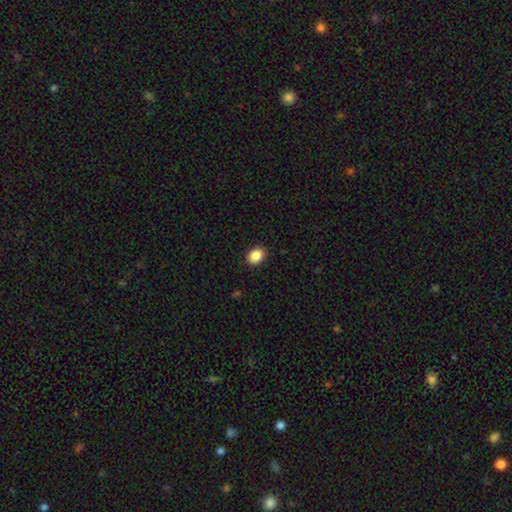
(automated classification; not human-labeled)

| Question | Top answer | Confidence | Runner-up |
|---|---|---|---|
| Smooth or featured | smooth | 89% | star or artifact (8%) |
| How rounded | in between | 62% | round (37%) |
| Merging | none | 89% | minor disturbance (8%) |